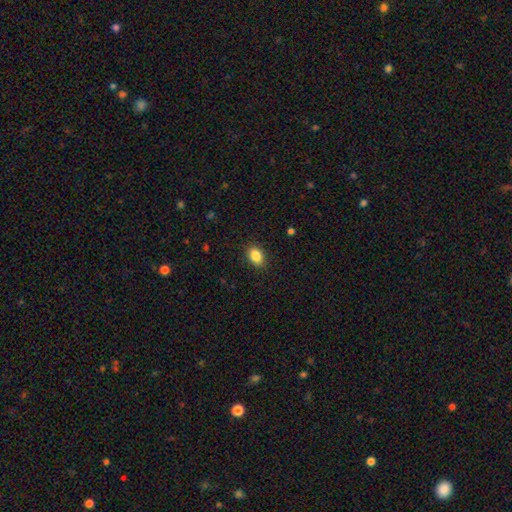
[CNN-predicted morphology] smooth-or-featured: smooth: 86% | star or artifact: 9% | featured or disk: 5%
  how-rounded: in between: 76% | round: 23% | cigar-shaped: 1%
  merging: none: 88% | minor disturbance: 8% | major disturbance: 2% | merger: 1%